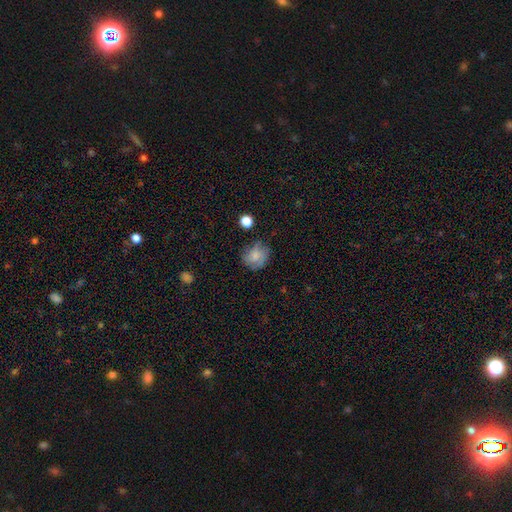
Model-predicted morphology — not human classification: Smooth or featured: smooth — 65% (featured or disk — 24%)
How rounded: round — 76% (in between — 23%)
Merging: none — 66% (minor disturbance — 23%)